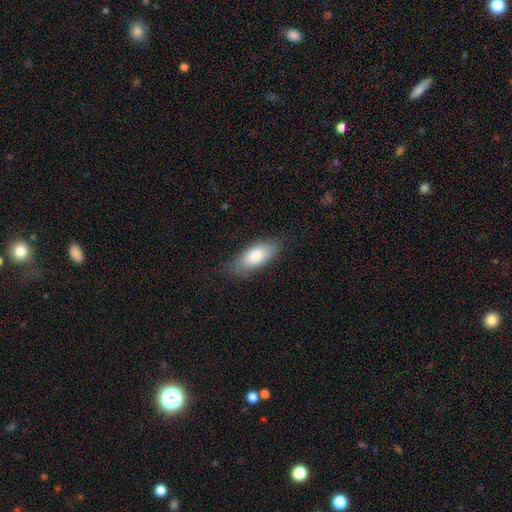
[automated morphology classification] Smooth or featured? Predicted: smooth (p=0.80). How rounded? Predicted: in between (p=0.81). Merging? Predicted: none (p=0.80).